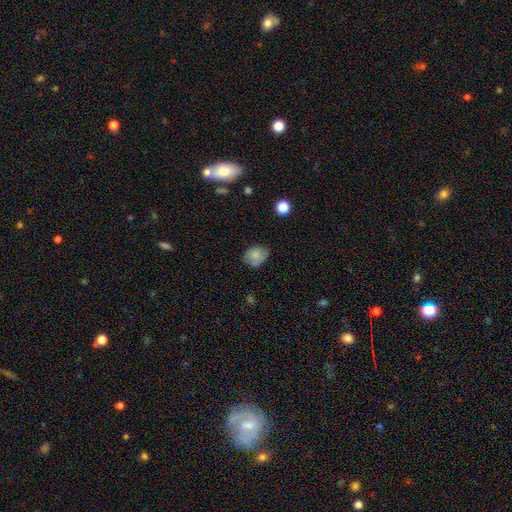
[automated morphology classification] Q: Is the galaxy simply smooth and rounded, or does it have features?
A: smooth — 79%.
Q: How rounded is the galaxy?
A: round — 51%.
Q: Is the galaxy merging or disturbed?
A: none — 63%.